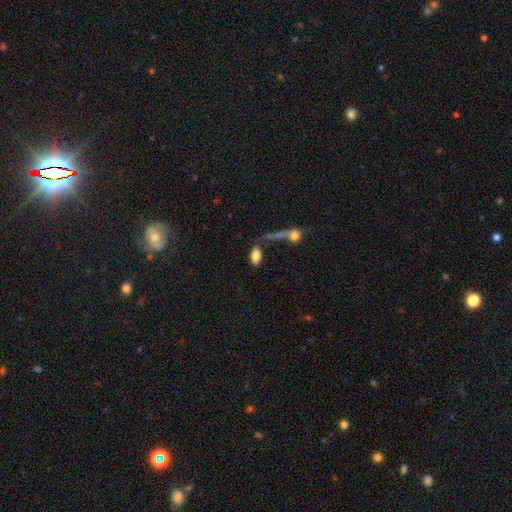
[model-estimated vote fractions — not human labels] Smooth or featured: smooth — 83% (featured or disk — 10%)
How rounded: in between — 91% (round — 5%)
Merging: none — 57% (merger — 22%)